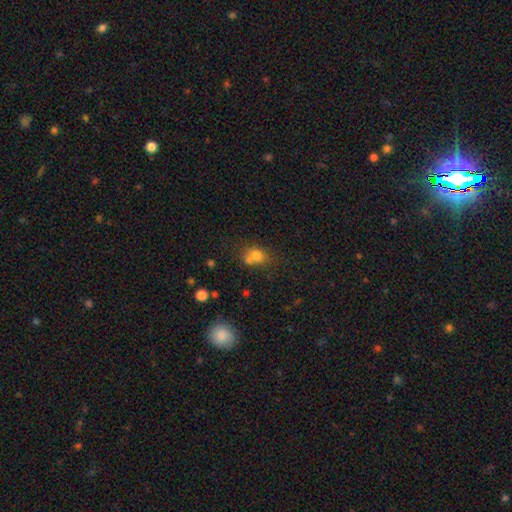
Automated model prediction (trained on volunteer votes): Q: Smooth or featured?
A: smooth (74%); runner-up: star or artifact (14%)
Q: How rounded?
A: round (56%); runner-up: in between (43%)
Q: Merging?
A: none (42%); runner-up: merger (38%)